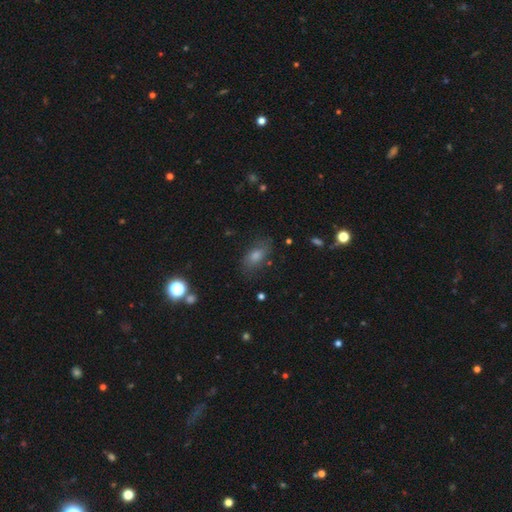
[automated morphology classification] This is possibly a smooth galaxy (60%). How rounded: clearly in between (80%). Merging: likely none (76%).